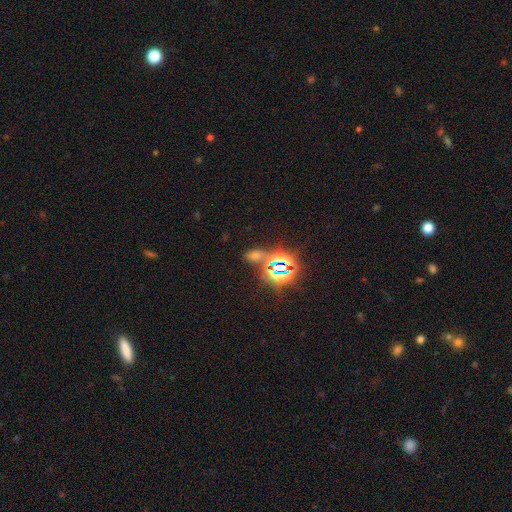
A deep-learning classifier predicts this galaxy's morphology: star or artifact 58%, smooth 33%, featured or disk 9%.